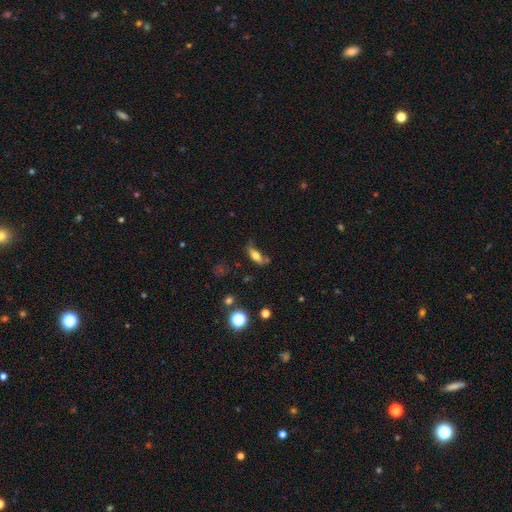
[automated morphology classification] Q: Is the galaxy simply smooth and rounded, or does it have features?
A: smooth — 70%.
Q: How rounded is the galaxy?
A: in between — 70%.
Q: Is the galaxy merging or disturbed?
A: none — 57%.